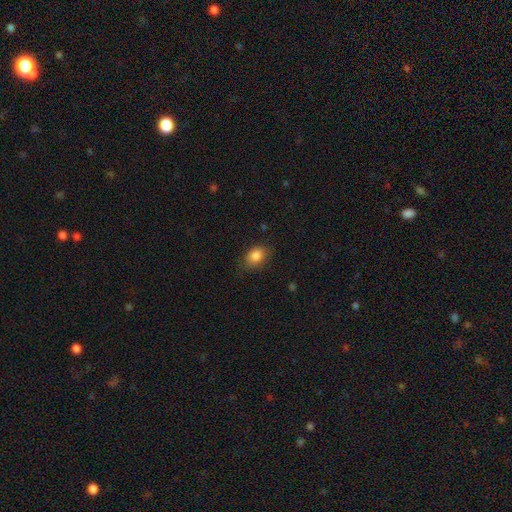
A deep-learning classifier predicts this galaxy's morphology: smooth-or-featured: smooth: 86% | star or artifact: 9% | featured or disk: 5%
  how-rounded: in between: 71% | round: 28% | cigar-shaped: 1%
  merging: none: 78% | minor disturbance: 17% | major disturbance: 4% | merger: 1%